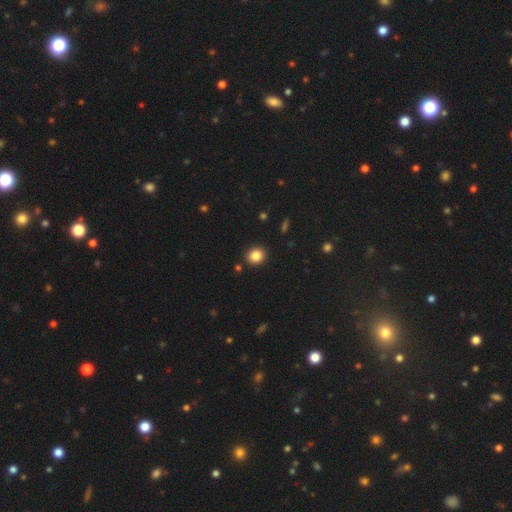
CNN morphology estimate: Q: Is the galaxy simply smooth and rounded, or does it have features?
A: smooth — 85%.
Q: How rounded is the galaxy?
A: round — 74%.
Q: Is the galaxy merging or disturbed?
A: none — 91%.